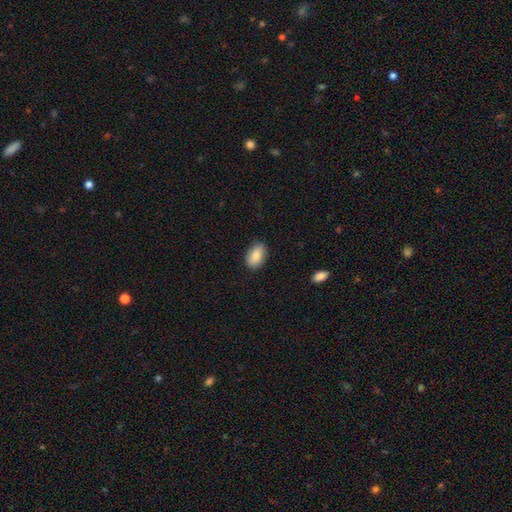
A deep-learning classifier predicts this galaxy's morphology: Smooth or featured? Predicted: smooth (p=0.85). How rounded? Predicted: in between (p=0.88). Merging? Predicted: none (p=0.85).